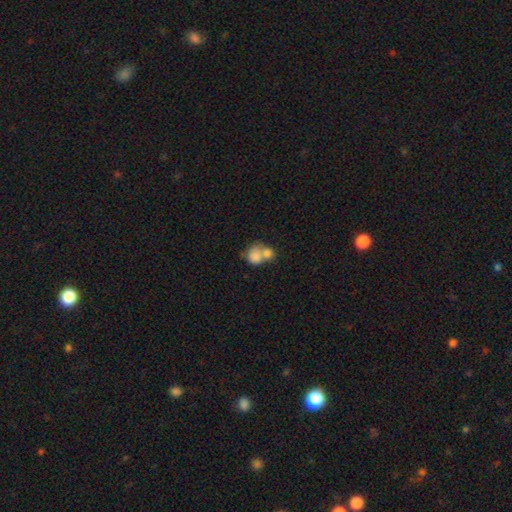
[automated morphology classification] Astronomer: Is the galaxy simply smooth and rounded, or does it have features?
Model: smooth — 79%.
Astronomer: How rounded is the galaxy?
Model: round — 71%.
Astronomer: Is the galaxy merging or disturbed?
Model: merger — 66%.